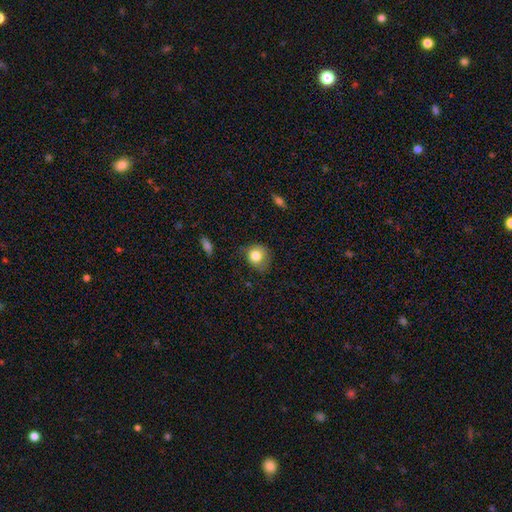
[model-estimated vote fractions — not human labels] The model was most divided on "merging": none: 57%, minor disturbance: 30%, major disturbance: 11%, merger: 2%. More confident: smooth or featured — smooth (80%); how rounded — round (76%).